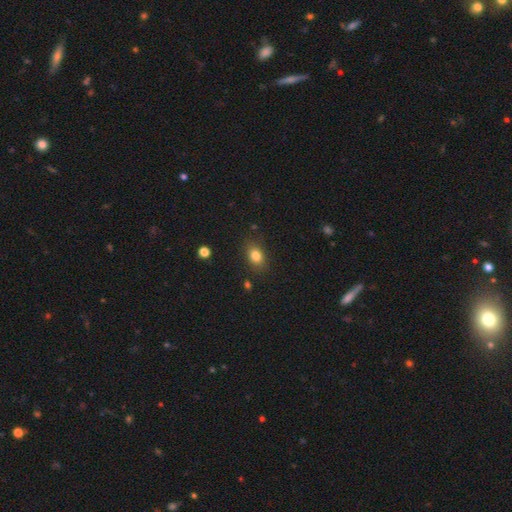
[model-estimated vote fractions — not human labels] A smooth galaxy with no disk features (82%) that is in between round and cigar-shaped (74%). Merging: none (84%).